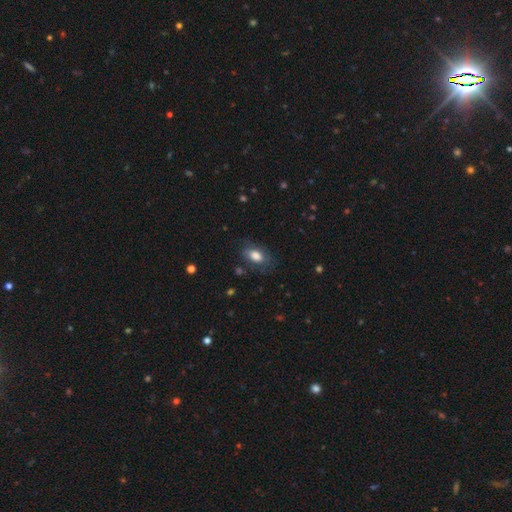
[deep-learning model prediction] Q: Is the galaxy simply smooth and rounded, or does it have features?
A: smooth — 79%.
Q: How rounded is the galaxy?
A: in between — 87%.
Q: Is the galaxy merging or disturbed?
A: none — 73%.